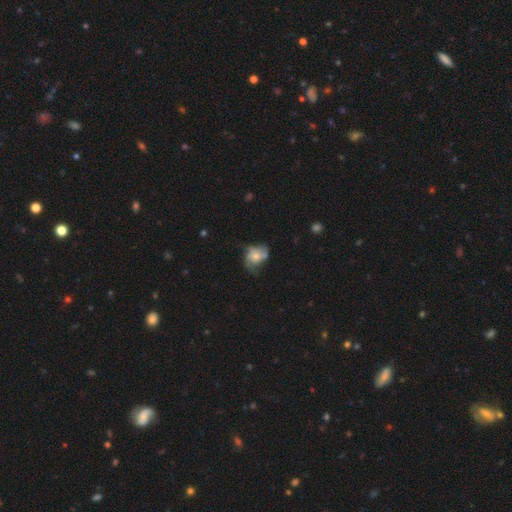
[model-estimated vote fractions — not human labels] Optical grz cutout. It shows a smooth galaxy with no disk features (48%). Merging: none (39%).